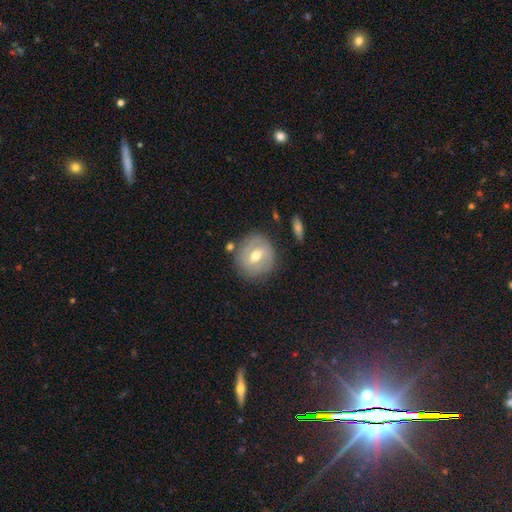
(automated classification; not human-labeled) Q: Smooth or featured?
A: featured or disk (53%); runner-up: smooth (40%)
Q: Edge-on disk?
A: no (95%); runner-up: yes (5%)
Q: Merging?
A: none (77%); runner-up: minor disturbance (15%)